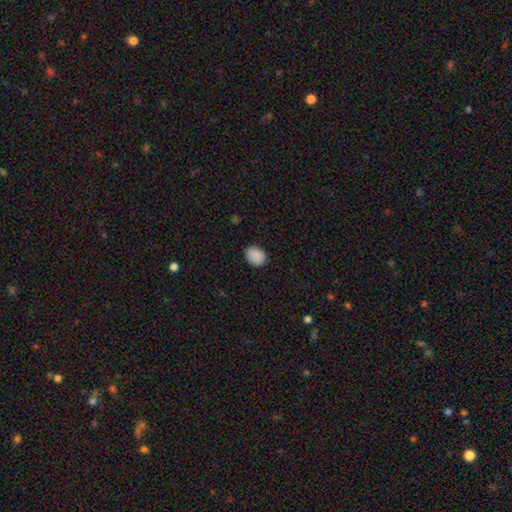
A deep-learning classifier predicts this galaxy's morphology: Overall: smooth (89%). How rounded: in between (55%; round 44%). Merging: none (86%).